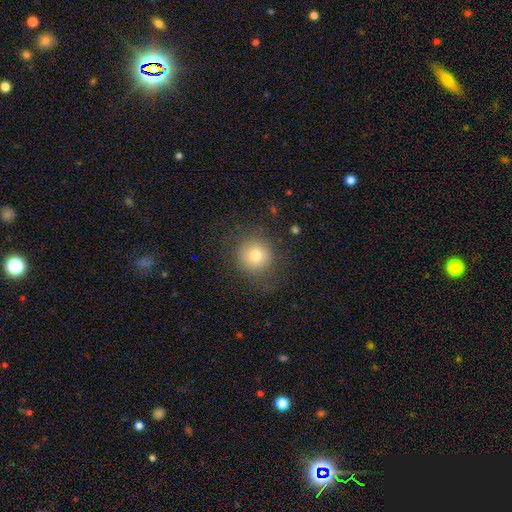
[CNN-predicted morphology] smooth-or-featured: smooth: 76% | star or artifact: 13% | featured or disk: 11%
  how-rounded: round: 92% | in between: 7% | cigar-shaped: 1%
  merging: none: 81% | minor disturbance: 11% | major disturbance: 6% | merger: 1%